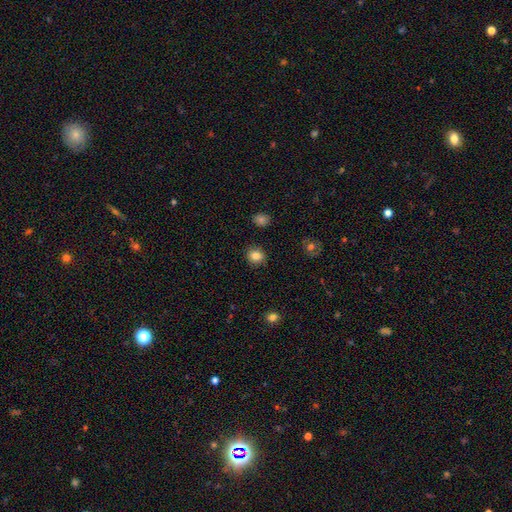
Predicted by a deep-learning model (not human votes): This appears to be a smooth galaxy with no disk features (84%) that is round (77%). Merging: none (89%).